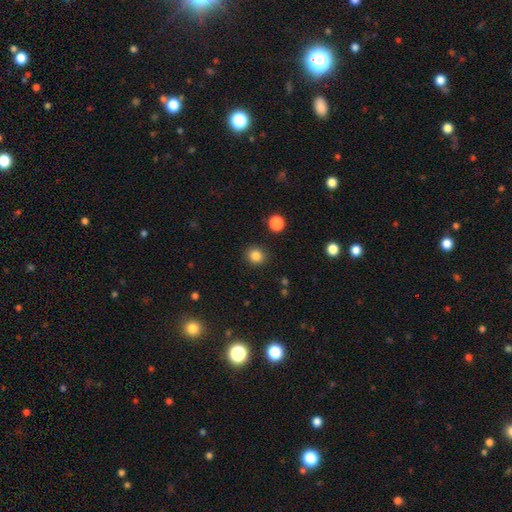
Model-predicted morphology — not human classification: A smooth galaxy with no disk features (84%) that is round (85%).

Vote fractions:
- Smooth or featured? smooth: 84% / star or artifact: 11% / featured or disk: 4%
- How rounded? round: 85% / in between: 14% / cigar-shaped: 1%
- Merging? none: 90% / minor disturbance: 6% / major disturbance: 2% / merger: 2%